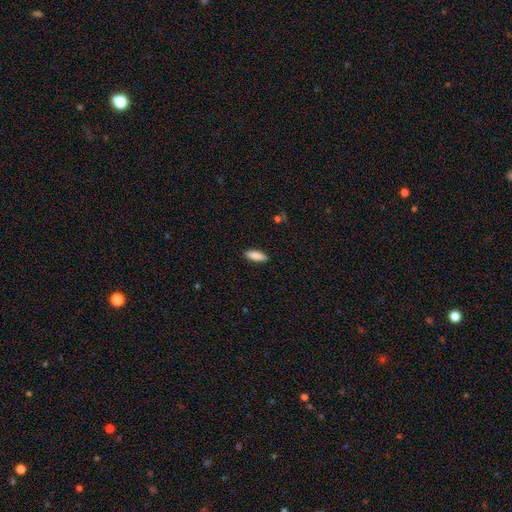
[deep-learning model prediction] Smooth or featured: smooth — 87% (star or artifact — 6%)
How rounded: in between — 61% (cigar-shaped — 37%)
Merging: none — 88% (minor disturbance — 9%)